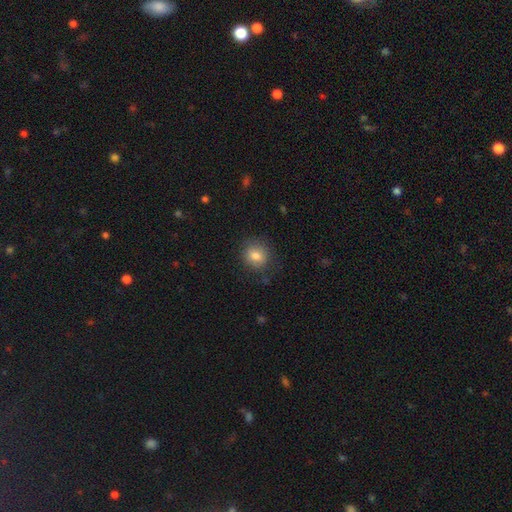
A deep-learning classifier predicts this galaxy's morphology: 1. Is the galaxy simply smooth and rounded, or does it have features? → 81% smooth, 10% star or artifact, 9% featured or disk.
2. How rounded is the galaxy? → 81% round, 18% in between, 1% cigar-shaped.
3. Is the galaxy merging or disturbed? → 82% none, 12% minor disturbance, 4% major disturbance, 1% merger.